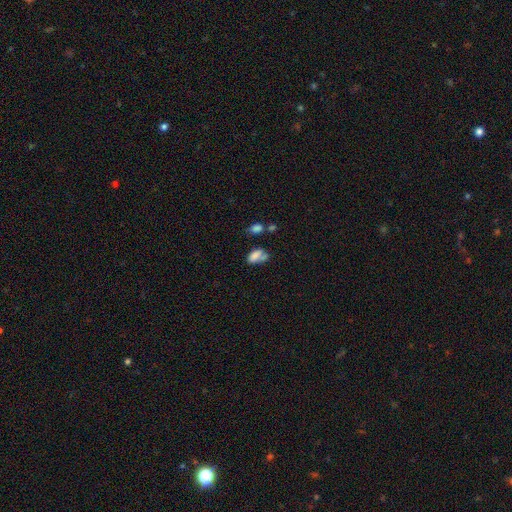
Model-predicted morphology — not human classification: Smooth or featured: smooth — 76% (featured or disk — 14%)
How rounded: in between — 90% (round — 7%)
Merging: none — 32% (merger — 31%)